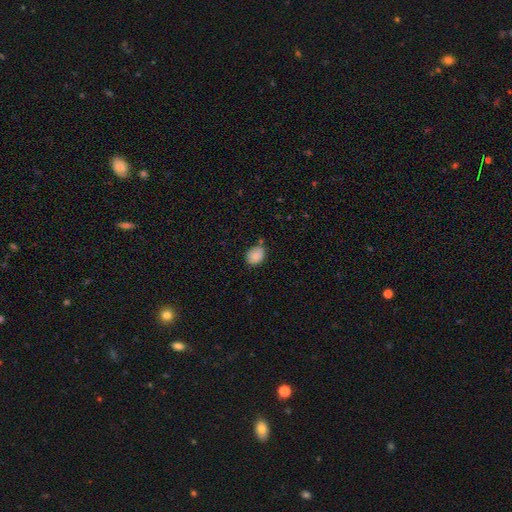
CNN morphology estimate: This is clearly a smooth galaxy (86%). How rounded: likely in between (60%). Merging: likely none (68%).